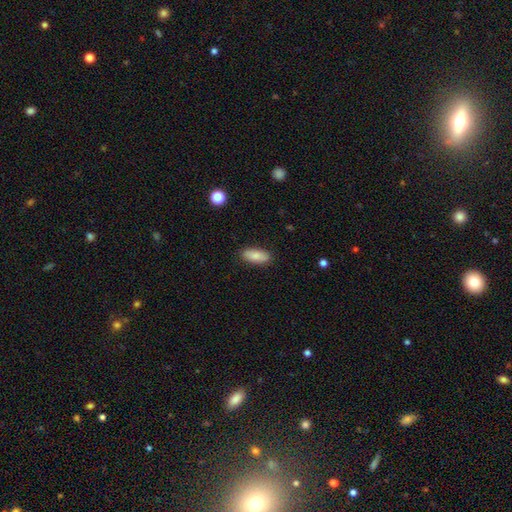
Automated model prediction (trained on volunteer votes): A smooth galaxy with no disk features (84%) that is in between round and cigar-shaped (82%). Merging: none (88%).